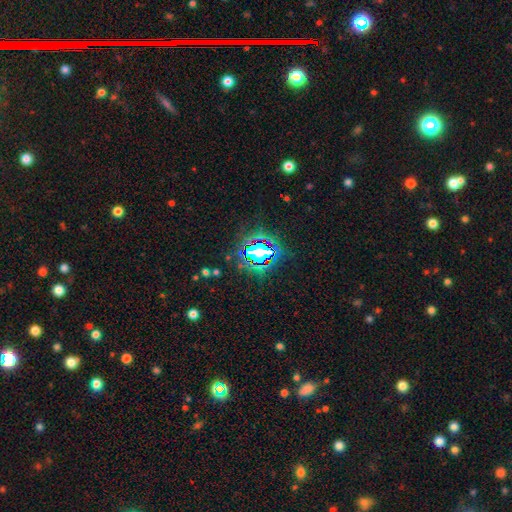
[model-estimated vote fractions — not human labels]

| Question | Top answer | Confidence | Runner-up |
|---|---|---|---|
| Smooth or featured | star or artifact | 71% | smooth (18%) |